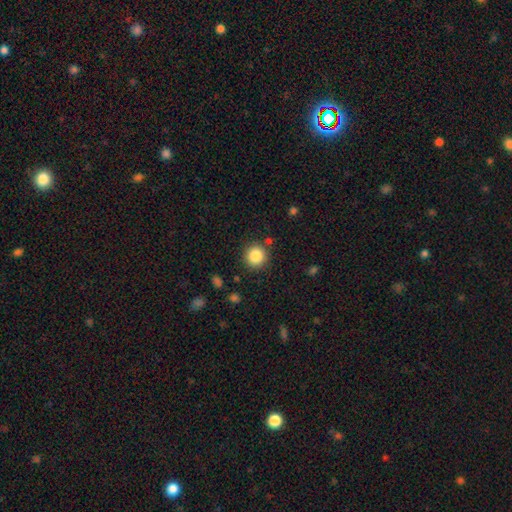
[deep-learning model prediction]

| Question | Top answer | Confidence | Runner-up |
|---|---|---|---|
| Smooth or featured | smooth | 85% | star or artifact (10%) |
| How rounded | round | 93% | in between (6%) |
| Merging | none | 88% | minor disturbance (7%) |